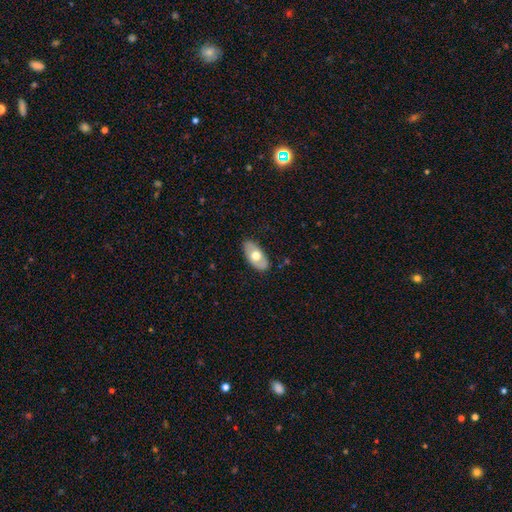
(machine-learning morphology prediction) A smooth galaxy with no disk features (56%) that is in between round and cigar-shaped (93%). Merging: none (85%).